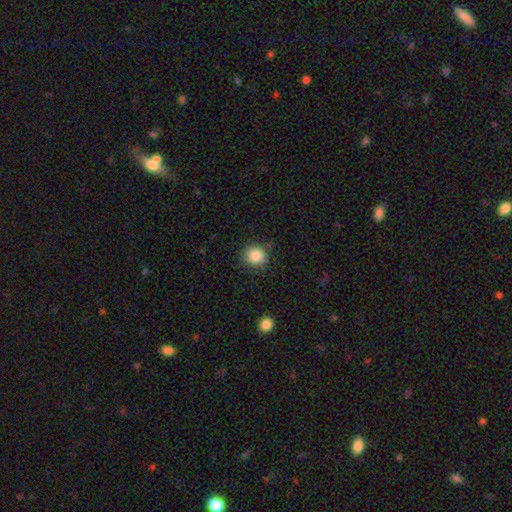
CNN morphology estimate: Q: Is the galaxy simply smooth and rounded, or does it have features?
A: smooth — 86%.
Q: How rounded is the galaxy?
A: round — 85%.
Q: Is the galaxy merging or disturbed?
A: none — 85%.